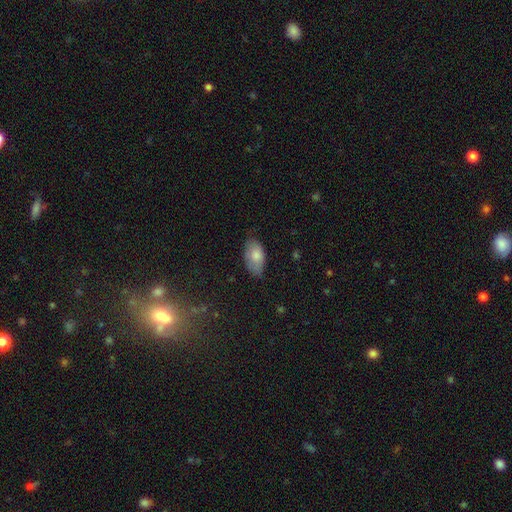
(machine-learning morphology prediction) Smooth or featured: smooth — 79% (featured or disk — 14%)
How rounded: in between — 94% (round — 4%)
Merging: none — 68% (minor disturbance — 26%)